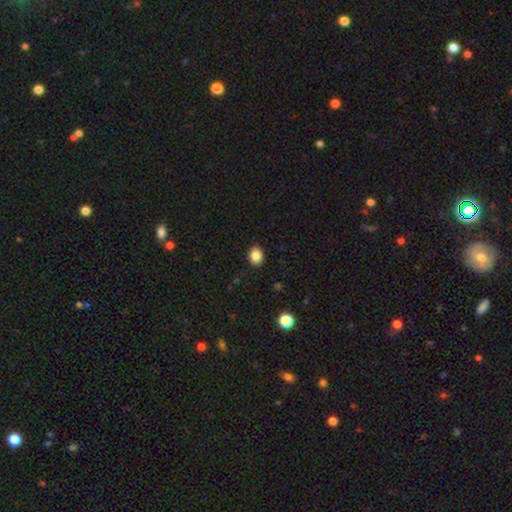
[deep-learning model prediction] This appears to be a smooth galaxy with no disk features (87%) that is in between round and cigar-shaped (57%). Merging: none (90%).